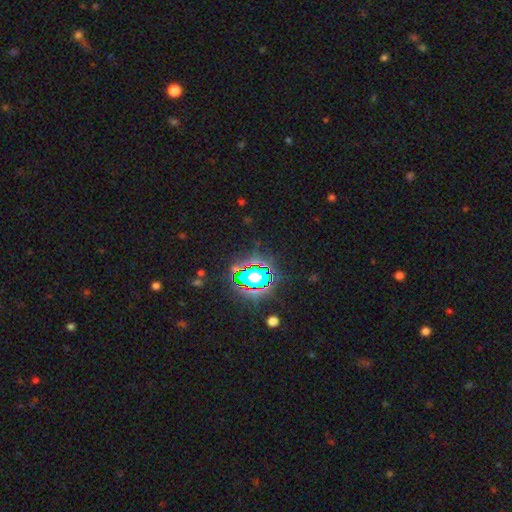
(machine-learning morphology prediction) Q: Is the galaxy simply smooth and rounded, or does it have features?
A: star or artifact — 79%.